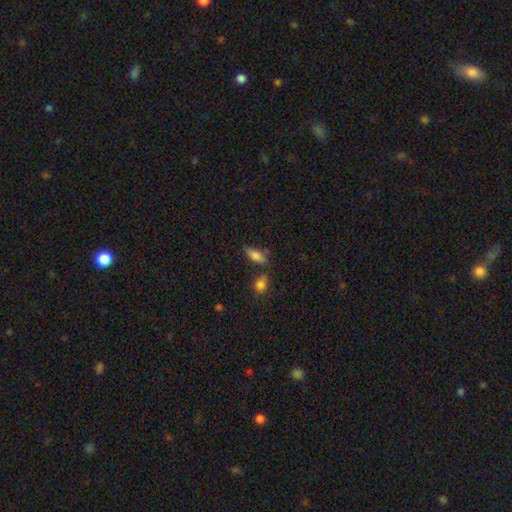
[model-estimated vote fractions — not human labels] Smooth or featured? Predicted: smooth (p=0.81). How rounded? Predicted: in between (p=0.78). Merging? Predicted: none (p=0.61).